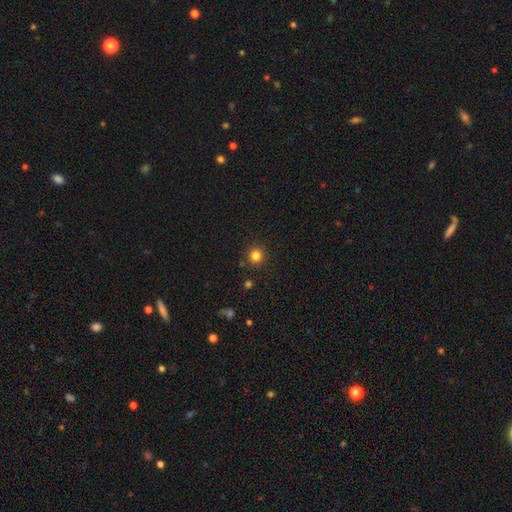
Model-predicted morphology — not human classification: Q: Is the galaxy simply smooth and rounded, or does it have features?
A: smooth — 82%.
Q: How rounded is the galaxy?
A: round — 93%.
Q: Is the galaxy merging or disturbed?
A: none — 89%.